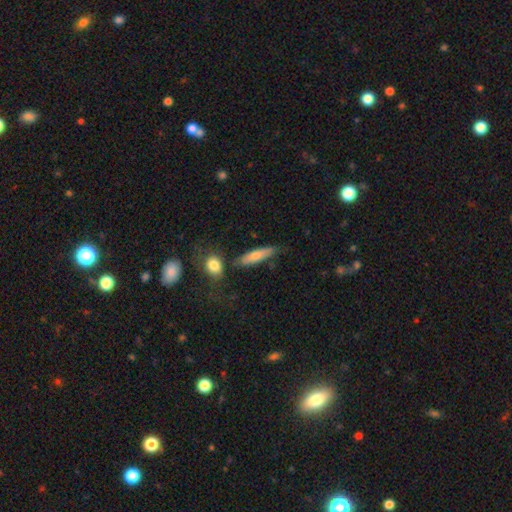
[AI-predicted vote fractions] A smooth galaxy with no disk features (72%) that is cigar-shaped (70%). Merging: none (68%).